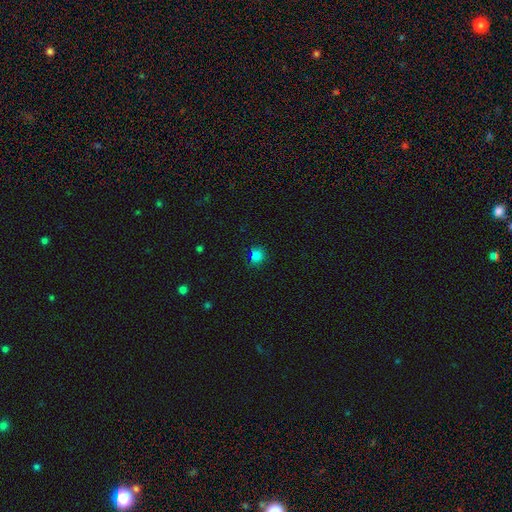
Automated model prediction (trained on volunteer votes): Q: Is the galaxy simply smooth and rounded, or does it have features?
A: smooth — 78%.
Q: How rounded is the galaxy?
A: round — 73%.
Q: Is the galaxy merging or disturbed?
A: none — 73%.